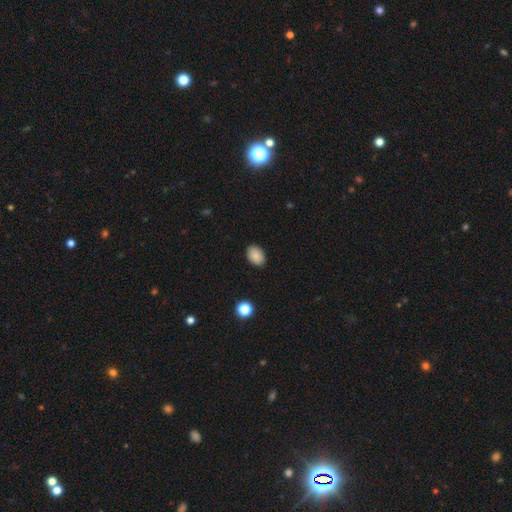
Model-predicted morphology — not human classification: Smooth or featured? smooth (88%)
How rounded? in between (80%)
Merging? none (87%)